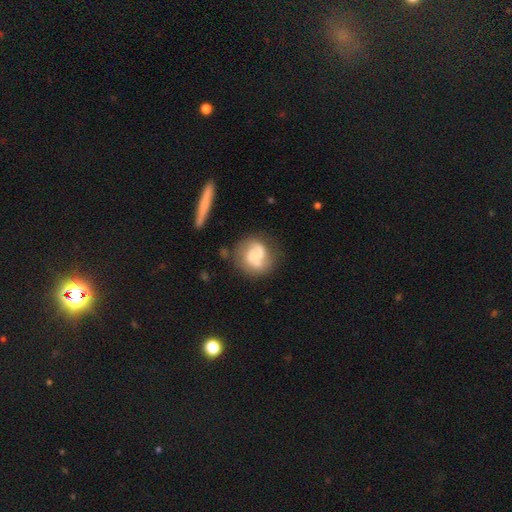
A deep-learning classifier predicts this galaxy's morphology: Smooth or featured? Predicted: featured or disk (p=0.59). Edge-on disk? Predicted: no (p=0.98). Bar? Predicted: no (p=0.62). Spiral arms? Predicted: yes (p=0.86). Bulge size? Predicted: small (p=0.52). Merging? Predicted: none (p=0.61).